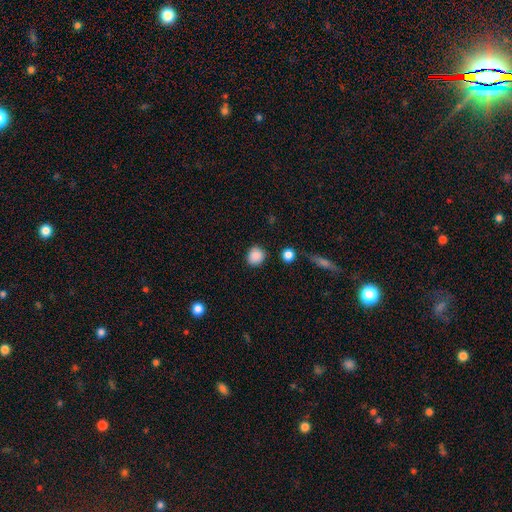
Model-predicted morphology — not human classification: Smooth or featured: smooth — 87% (star or artifact — 9%)
How rounded: round — 83% (in between — 16%)
Merging: none — 84% (minor disturbance — 10%)